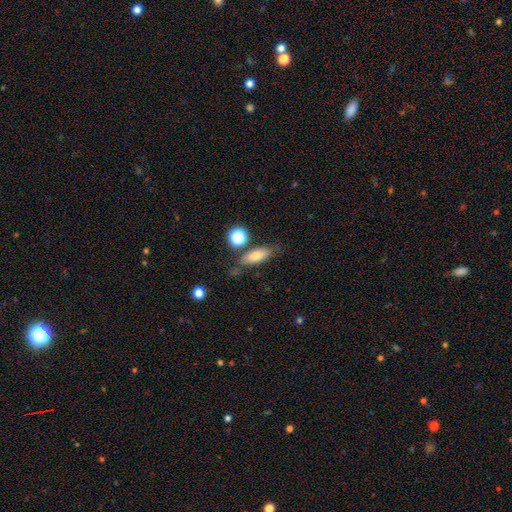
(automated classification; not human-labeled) This appears to be a smooth galaxy with no disk features (73%) that is in between round and cigar-shaped (65%). Merging: none (69%).